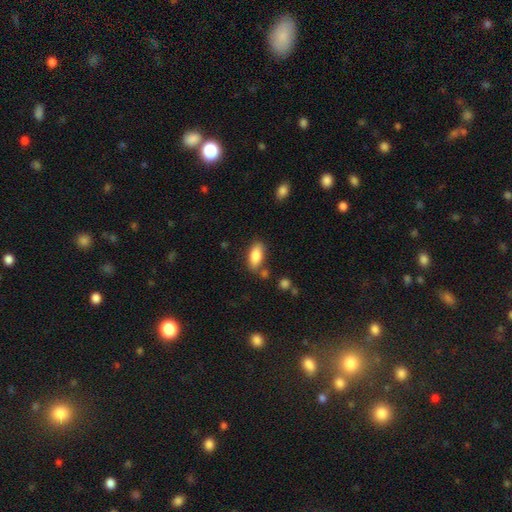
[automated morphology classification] A smooth galaxy with no disk features (85%) that is in between round and cigar-shaped (86%). Merging: none (76%).